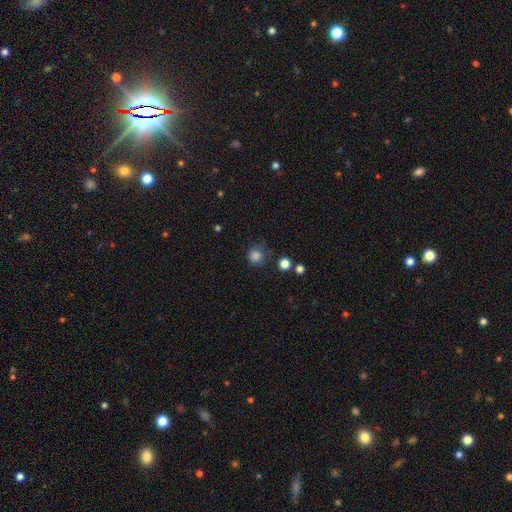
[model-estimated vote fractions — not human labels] Smooth or featured? Predicted: smooth (p=0.83). How rounded? Predicted: round (p=0.91). Merging? Predicted: none (p=0.75).